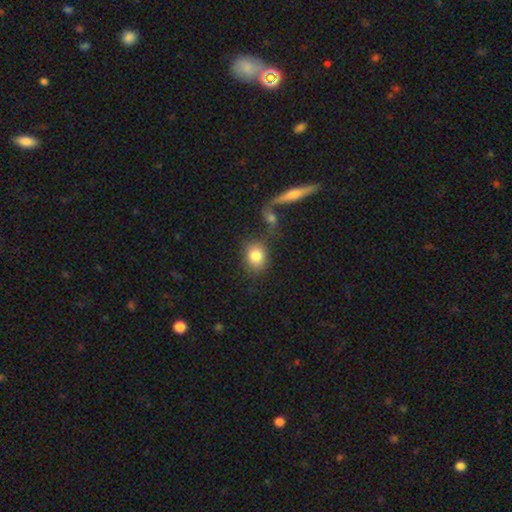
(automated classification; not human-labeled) Smooth or featured? Predicted: smooth (p=0.83). How rounded? Predicted: round (p=0.60). Merging? Predicted: none (p=0.68).